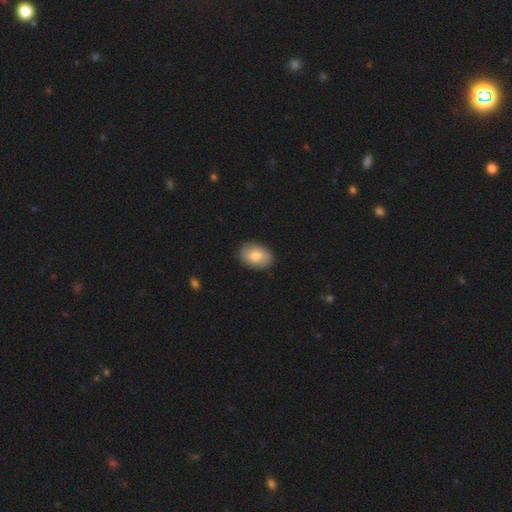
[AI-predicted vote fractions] smooth 77%, featured or disk 17%, star or artifact 6%. Down the decision tree: how rounded — in between (80%); merging — none (87%).